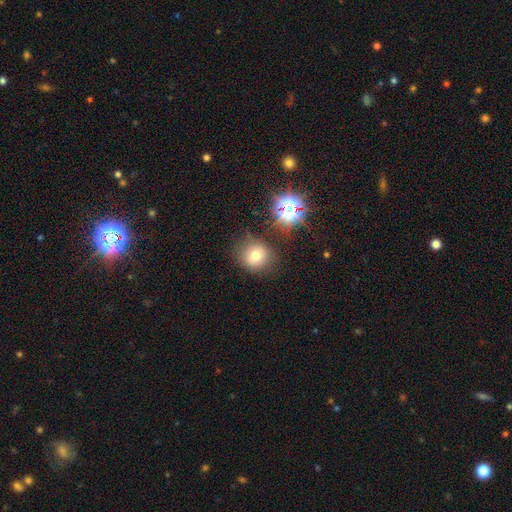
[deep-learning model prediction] A smooth galaxy with no disk features (72%) that is round (88%).

Vote fractions:
- Smooth or featured? smooth: 72% / star or artifact: 18% / featured or disk: 10%
- How rounded? round: 88% / in between: 11% / cigar-shaped: 1%
- Merging? none: 78% / minor disturbance: 13% / major disturbance: 4% / merger: 4%